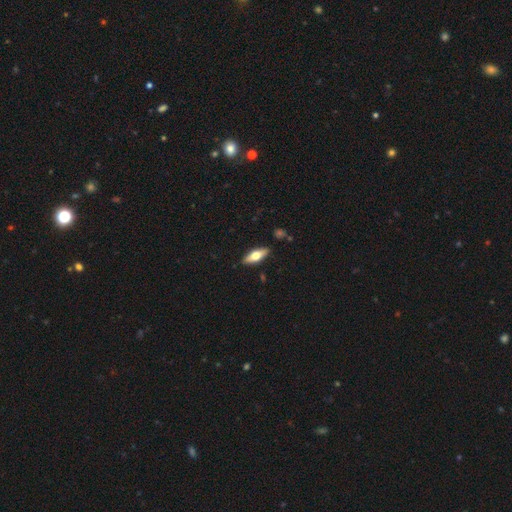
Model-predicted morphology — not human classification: Overall: smooth (54%; featured or disk 40%). How rounded: in between (63%; cigar-shaped 34%). Merging: none (88%).